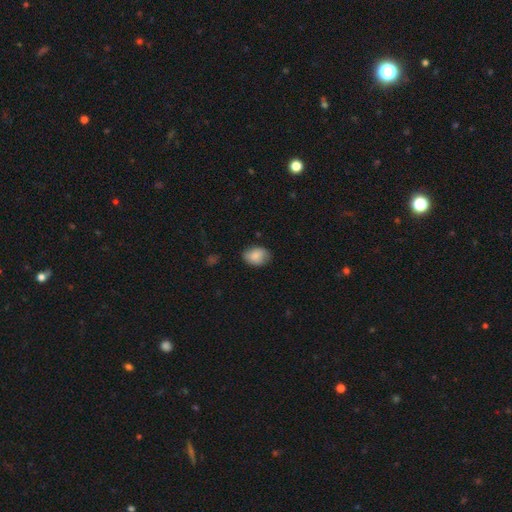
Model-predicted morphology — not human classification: smooth_or_featured: smooth (p=0.82) [alt: featured or disk p=0.11]
how_rounded: in between (p=0.71) [alt: round p=0.28]
merging: none (p=0.76) [alt: minor disturbance p=0.20]